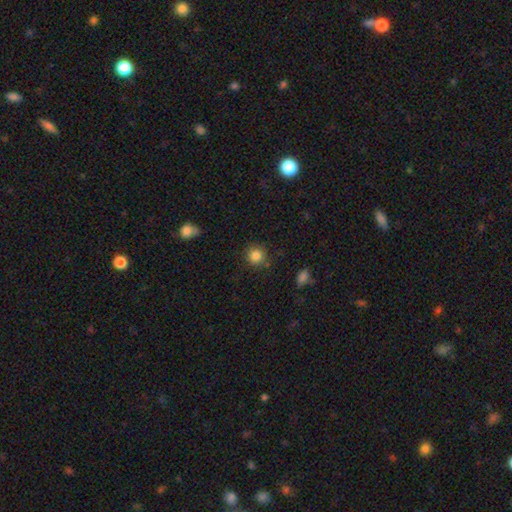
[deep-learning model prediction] smooth-or-featured: smooth: 84% | star or artifact: 11% | featured or disk: 5%
  how-rounded: round: 92% | in between: 7% | cigar-shaped: 1%
  merging: none: 84% | minor disturbance: 10% | major disturbance: 3% | merger: 3%